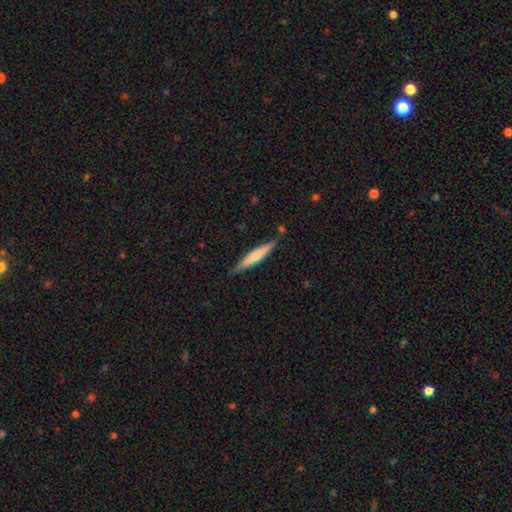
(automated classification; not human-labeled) Q: Smooth or featured?
A: smooth (50%); runner-up: featured or disk (44%)
Q: How rounded?
A: cigar-shaped (93%); runner-up: in between (6%)
Q: Merging?
A: none (83%); runner-up: minor disturbance (12%)